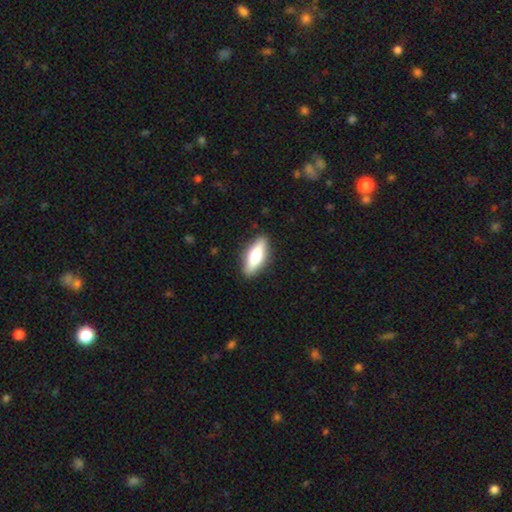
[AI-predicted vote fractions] Smooth or featured?
  - smooth: 68% *
  - featured or disk: 26%
  - star or artifact: 6%
How rounded?
  - in between: 60% *
  - cigar-shaped: 37%
  - round: 2%
Merging?
  - none: 88% *
  - minor disturbance: 9%
  - major disturbance: 2%
  - merger: 1%